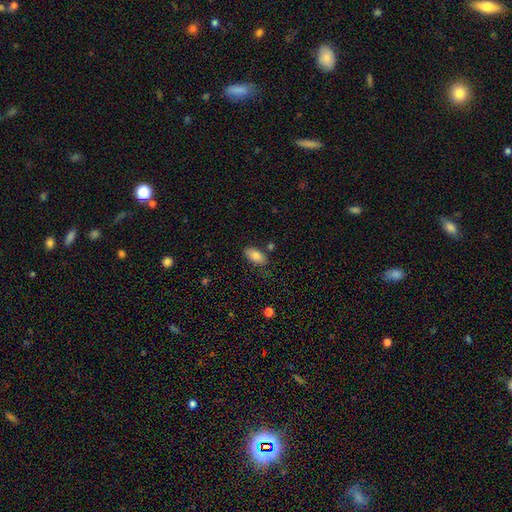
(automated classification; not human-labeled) Morphology: type=smooth (83%); roundness=in between (92%); merging=none (74%).